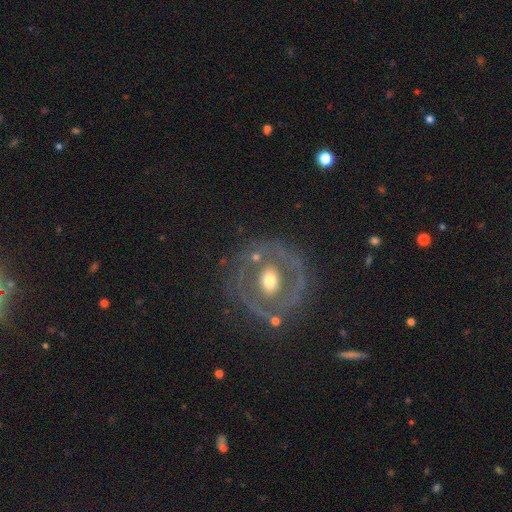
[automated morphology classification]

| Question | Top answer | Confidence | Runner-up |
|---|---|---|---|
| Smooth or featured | featured or disk | 71% | smooth (21%) |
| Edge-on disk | no | 95% | yes (5%) |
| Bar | no | 59% | weak (26%) |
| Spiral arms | no | 61% | yes (39%) |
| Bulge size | moderate | 68% | small (17%) |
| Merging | none | 76% | minor disturbance (13%) |